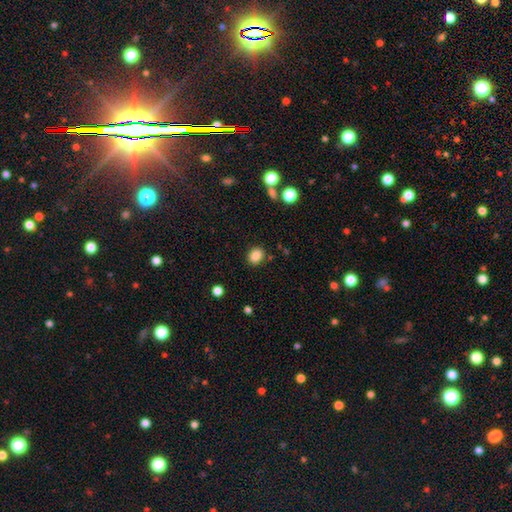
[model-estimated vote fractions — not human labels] Smooth or featured: smooth — 86% (star or artifact — 10%)
How rounded: in between — 52% (round — 47%)
Merging: none — 87% (minor disturbance — 8%)